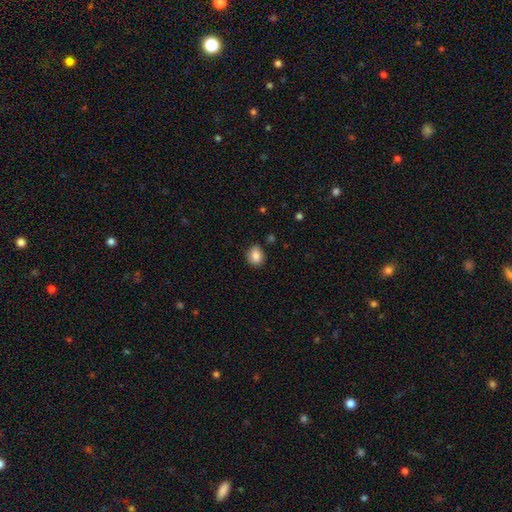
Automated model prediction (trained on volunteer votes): Morphology: type=smooth (85%); roundness=round (65%); merging=none (84%).